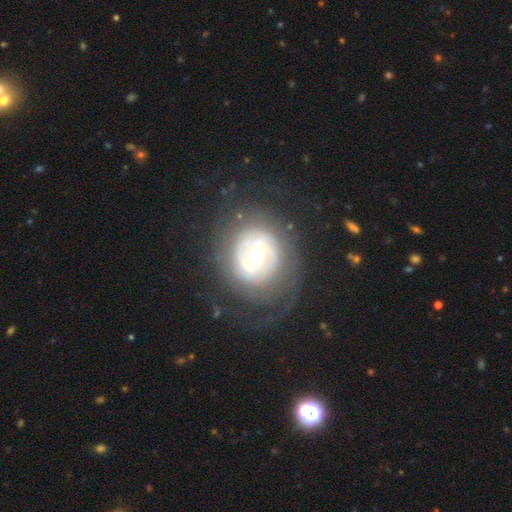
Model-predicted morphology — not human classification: Smooth or featured? Predicted: featured or disk (p=0.77). Edge-on disk? Predicted: no (p=0.93). Bar? Predicted: strong (p=0.62). Spiral arms? Predicted: yes (p=0.65). Bulge size? Predicted: small (p=0.42). Merging? Predicted: none (p=0.65).